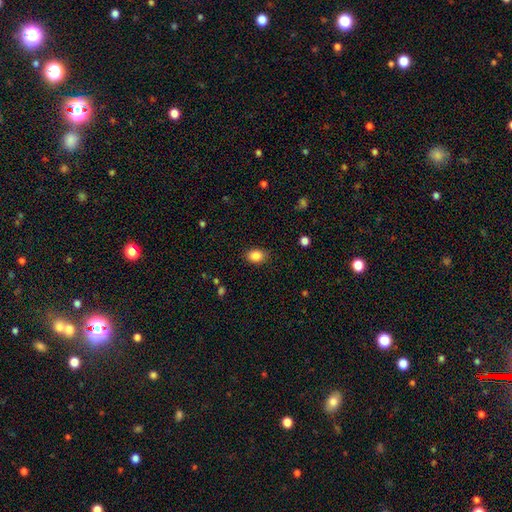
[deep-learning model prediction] Smooth or featured?
  - smooth: 87% *
  - star or artifact: 9%
  - featured or disk: 4%
How rounded?
  - in between: 64% *
  - round: 35%
  - cigar-shaped: 1%
Merging?
  - none: 84% *
  - minor disturbance: 12%
  - major disturbance: 3%
  - merger: 1%